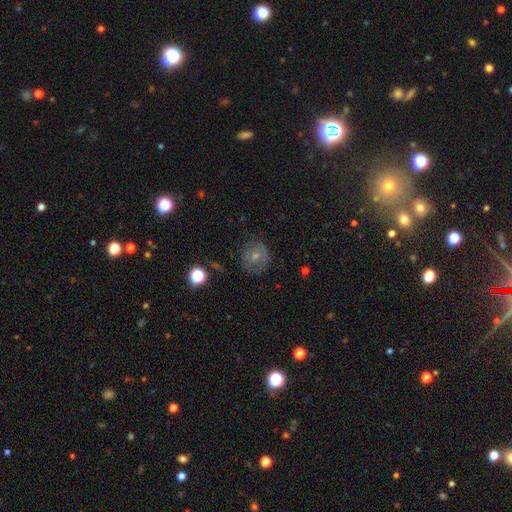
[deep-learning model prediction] Morphology: type=smooth (49%); merging=none (67%).